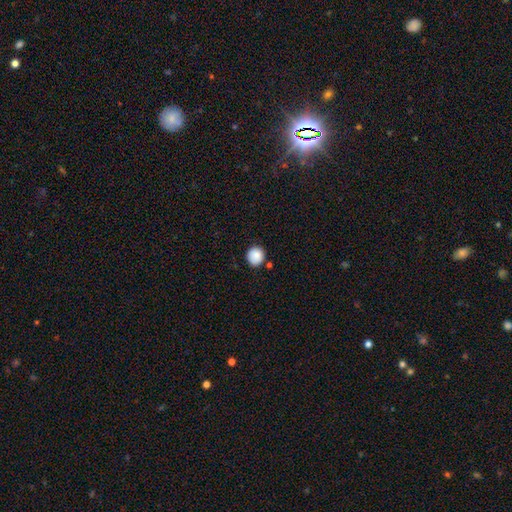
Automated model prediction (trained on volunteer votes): Smooth or featured?
  - smooth: 88% *
  - star or artifact: 9%
  - featured or disk: 4%
How rounded?
  - round: 88% *
  - in between: 11%
  - cigar-shaped: 1%
Merging?
  - none: 83% *
  - minor disturbance: 11%
  - merger: 4%
  - major disturbance: 2%